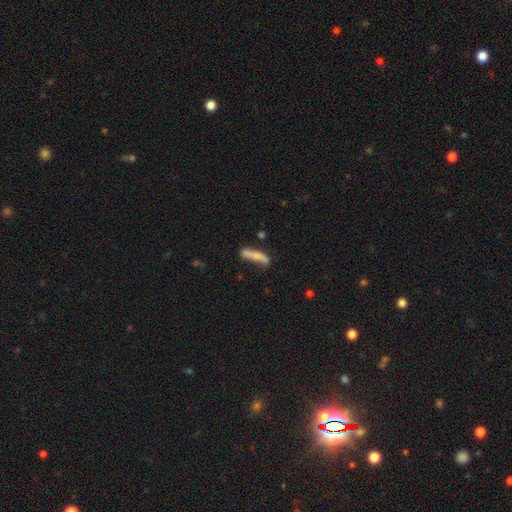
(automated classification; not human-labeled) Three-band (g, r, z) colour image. It shows a smooth galaxy with no disk features (65%) that is cigar-shaped (78%). Merging: none (55%).